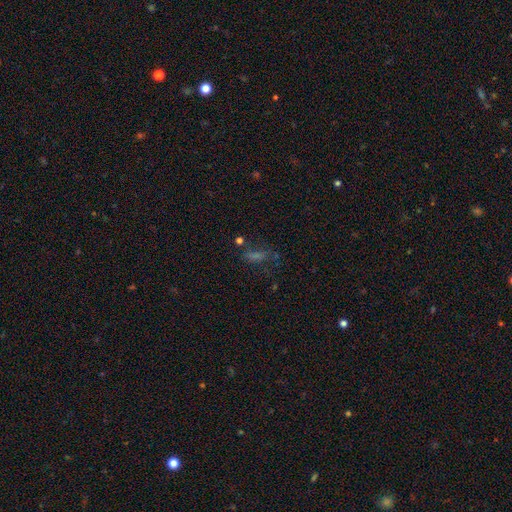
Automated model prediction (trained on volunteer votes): Smooth or featured: smooth — 41% (star or artifact — 35%)
Merging: none — 52% (major disturbance — 21%)